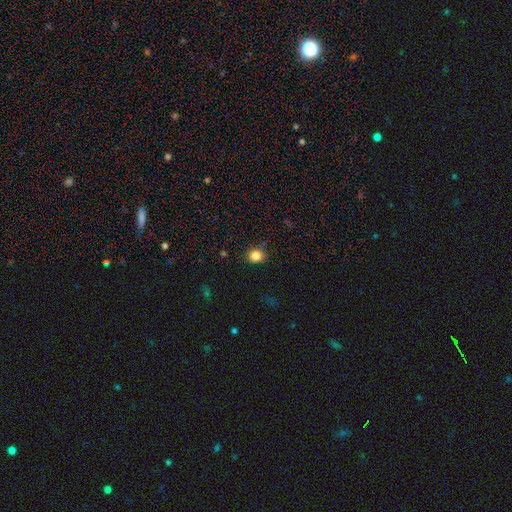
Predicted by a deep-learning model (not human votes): smooth 84%, star or artifact 11%, featured or disk 5%. Down the decision tree: how rounded — round (77%); merging — none (86%).